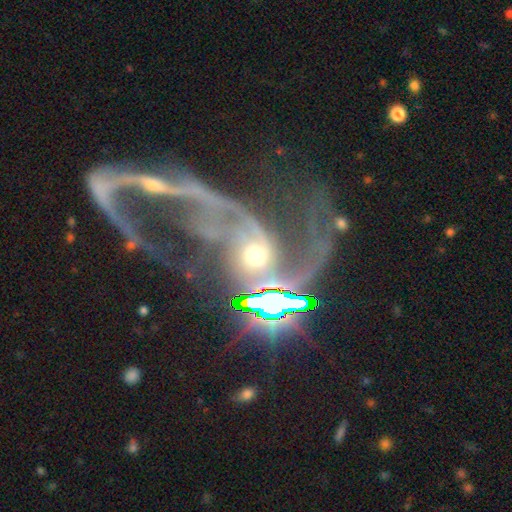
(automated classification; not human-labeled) A featured or disk galaxy (82%) with no bar (54%), 2 (82%) loose (75%) spiral arms (93%) and a moderate central bulge (50%).

Vote fractions:
- Smooth or featured? featured or disk: 82% / star or artifact: 11% / smooth: 7%
- Edge-on disk? no: 96% / yes: 4%
- Bar? no: 54% / weak: 26% / strong: 20%
- Spiral arms? yes: 93% / no: 7%
- Spiral winding? loose: 75% / medium: 19% / tight: 6%
- Spiral arm count? 2: 82% / 1: 6% / can't tell: 5% / 3: 3% / 4: 2% / more than 4: 2%
- Bulge size? moderate: 50% / small: 36% / large: 8% / dominant: 3% / none: 3%
- Merging? none: 33% / major disturbance: 32% / merger: 23% / minor disturbance: 12%